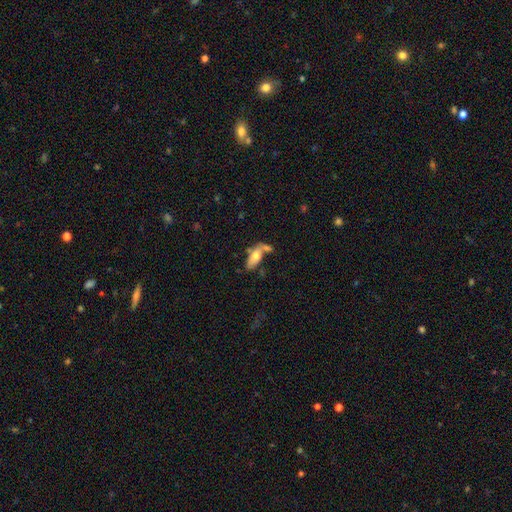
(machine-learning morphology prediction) A smooth galaxy with no disk features (61%) that is in between round and cigar-shaped (79%).

Vote fractions:
- Smooth or featured? smooth: 61% / featured or disk: 32% / star or artifact: 7%
- How rounded? in between: 79% / cigar-shaped: 17% / round: 3%
- Merging? none: 39% / merger: 31% / minor disturbance: 19% / major disturbance: 11%